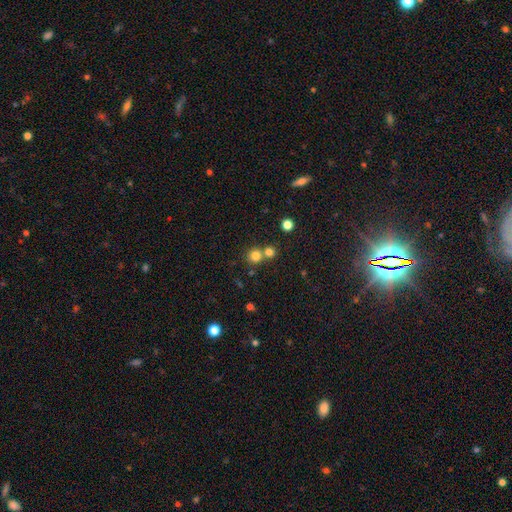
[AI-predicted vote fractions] smooth-or-featured: smooth: 79% | star or artifact: 14% | featured or disk: 7%
  how-rounded: round: 90% | in between: 9% | cigar-shaped: 1%
  merging: none: 56% | merger: 36% | minor disturbance: 6% | major disturbance: 2%